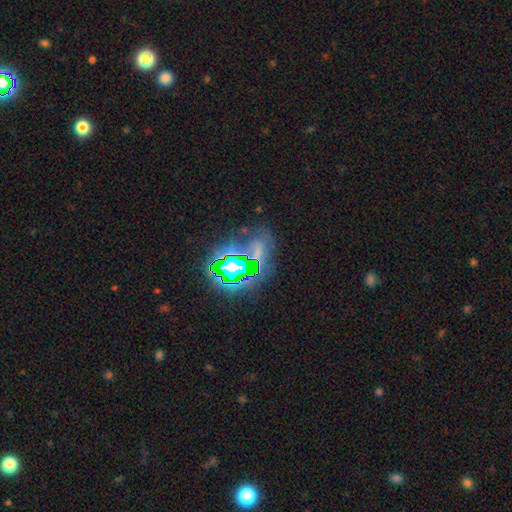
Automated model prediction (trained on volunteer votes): Smooth or featured? Predicted: star or artifact (p=0.59).